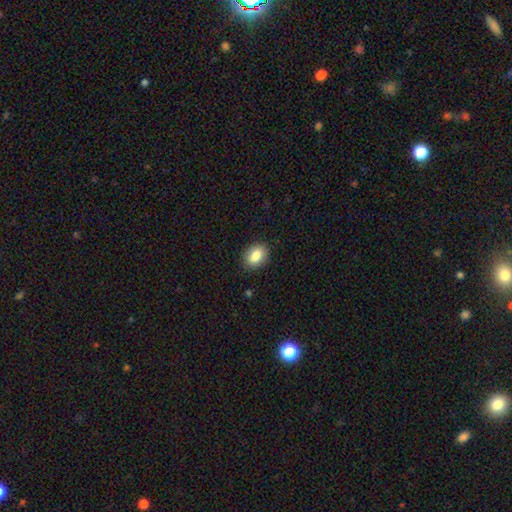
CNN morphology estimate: smooth 85%, star or artifact 8%, featured or disk 7%. Down the decision tree: how rounded — in between (73%); merging — none (89%).